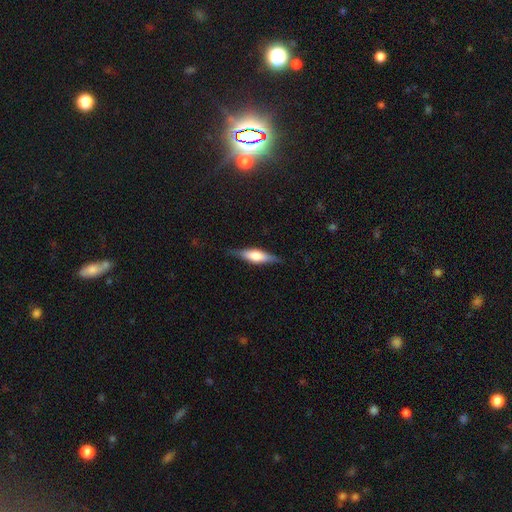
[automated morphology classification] type=featured or disk (50%); edge-on=yes (93%); merging=none (82%).